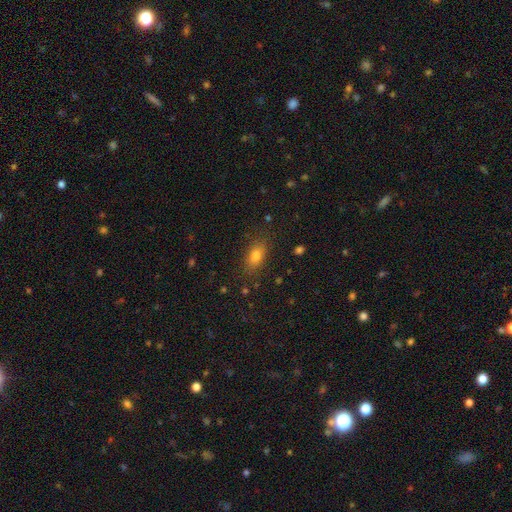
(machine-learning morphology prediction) Smooth or featured: smooth — 79% (star or artifact — 12%)
How rounded: in between — 82% (round — 11%)
Merging: none — 83% (minor disturbance — 12%)